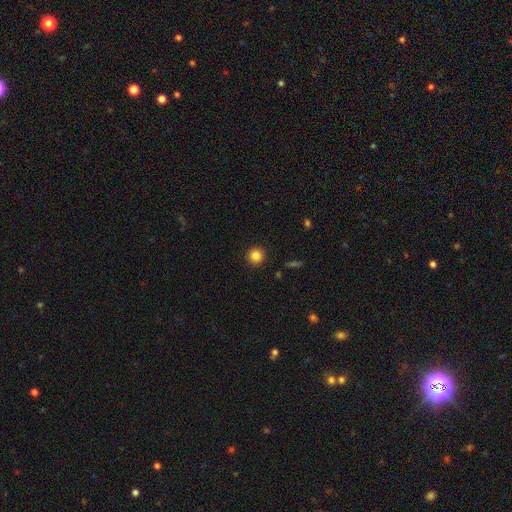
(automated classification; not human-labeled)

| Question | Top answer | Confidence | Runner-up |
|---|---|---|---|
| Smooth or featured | smooth | 85% | star or artifact (11%) |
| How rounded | round | 95% | in between (4%) |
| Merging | none | 92% | minor disturbance (5%) |